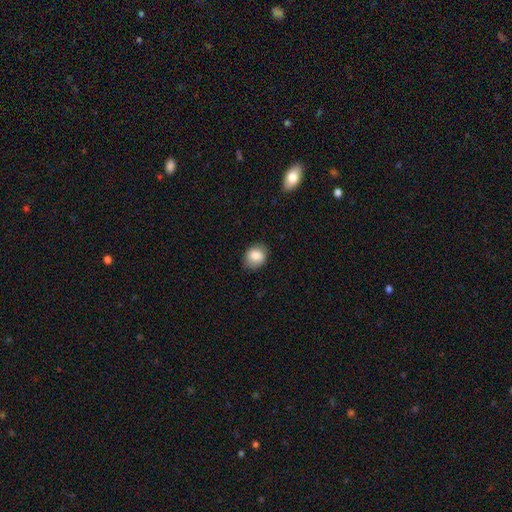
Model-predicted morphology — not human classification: A smooth galaxy with no disk features (86%) that is round (57%).

Vote fractions:
- Smooth or featured? smooth: 86% / star or artifact: 8% / featured or disk: 6%
- How rounded? round: 57% / in between: 42% / cigar-shaped: 1%
- Merging? none: 80% / minor disturbance: 16% / major disturbance: 3% / merger: 1%